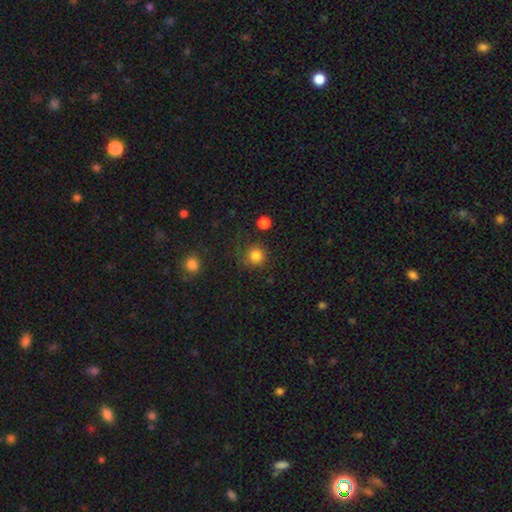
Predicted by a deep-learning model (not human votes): Smooth or featured: smooth — 83% (star or artifact — 12%)
How rounded: round — 94% (in between — 5%)
Merging: none — 83% (minor disturbance — 10%)